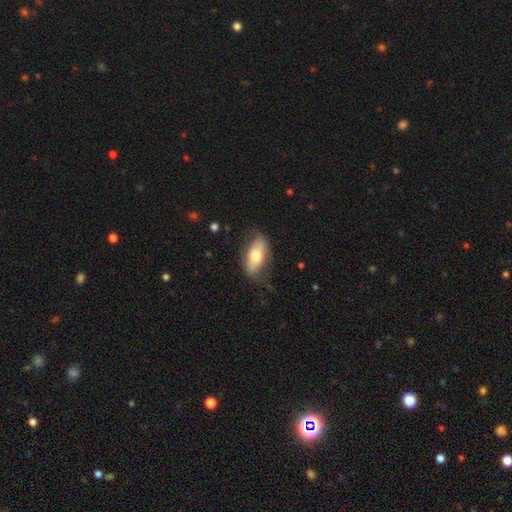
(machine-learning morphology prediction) Smooth or featured? Predicted: smooth (p=0.67). How rounded? Predicted: in between (p=0.88). Merging? Predicted: none (p=0.74).